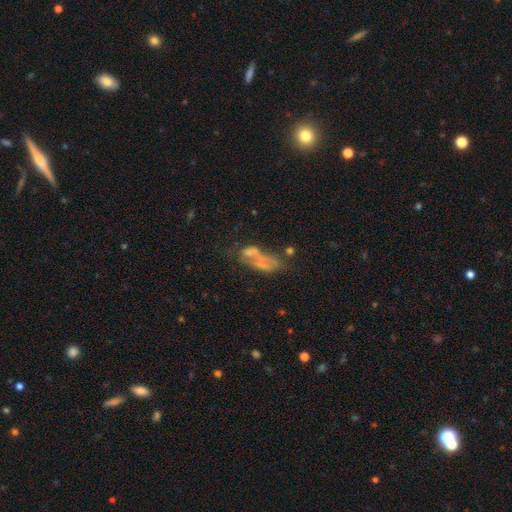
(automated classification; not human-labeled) Smooth or featured?
  - featured or disk: 49% *
  - smooth: 32%
  - star or artifact: 20%
Merging?
  - none: 31% *
  - major disturbance: 27%
  - merger: 26%
  - minor disturbance: 17%